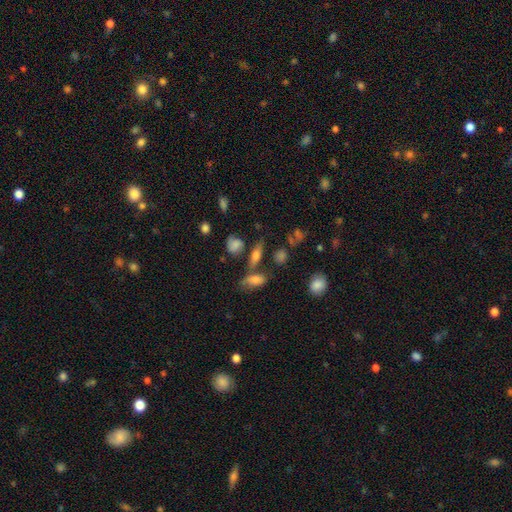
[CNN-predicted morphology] This is likely a smooth galaxy (65%). How rounded: likely in between (60%). Merging: possibly none (58%).